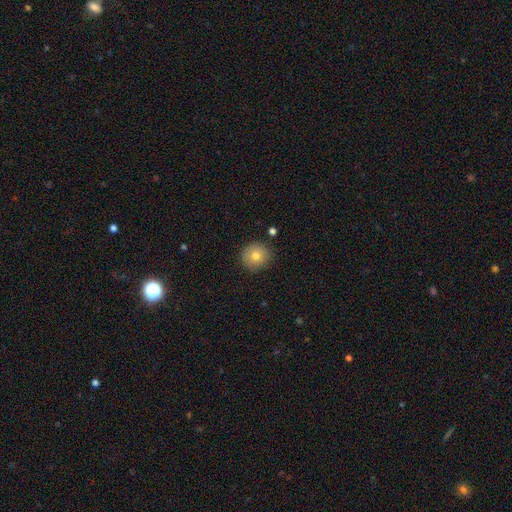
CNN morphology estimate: smooth-or-featured: smooth: 77% | featured or disk: 13% | star or artifact: 10%
  how-rounded: round: 92% | in between: 7% | cigar-shaped: 1%
  merging: none: 88% | minor disturbance: 8% | major disturbance: 2% | merger: 2%